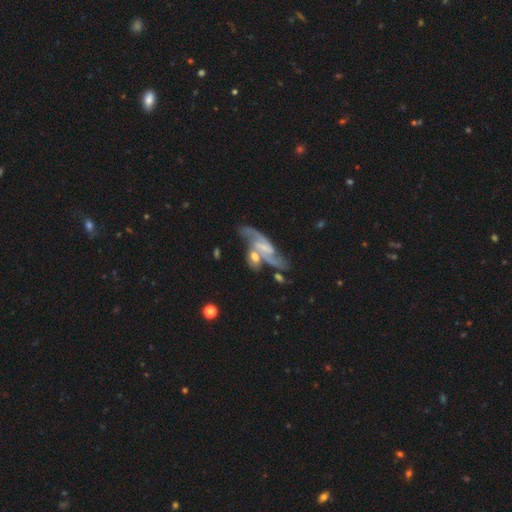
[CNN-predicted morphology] Q: Smooth or featured?
A: featured or disk (82%); runner-up: smooth (11%)
Q: Edge-on disk?
A: no (90%); runner-up: yes (10%)
Q: Bar?
A: weak (44%); runner-up: no (32%)
Q: Spiral arms?
A: yes (92%); runner-up: no (8%)
Q: Spiral winding?
A: loose (55%); runner-up: medium (35%)
Q: Spiral arm count?
A: 2 (87%); runner-up: can't tell (5%)
Q: Bulge size?
A: small (41%); runner-up: none (30%)
Q: Merging?
A: none (42%); runner-up: merger (30%)